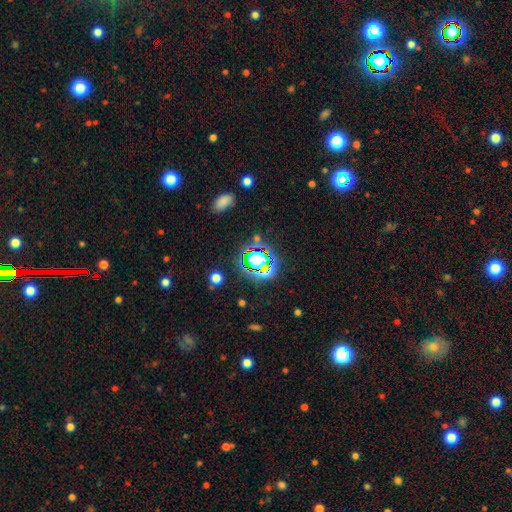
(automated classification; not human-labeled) The model was most divided on "smooth or featured": star or artifact: 75%, smooth: 17%, featured or disk: 8%.